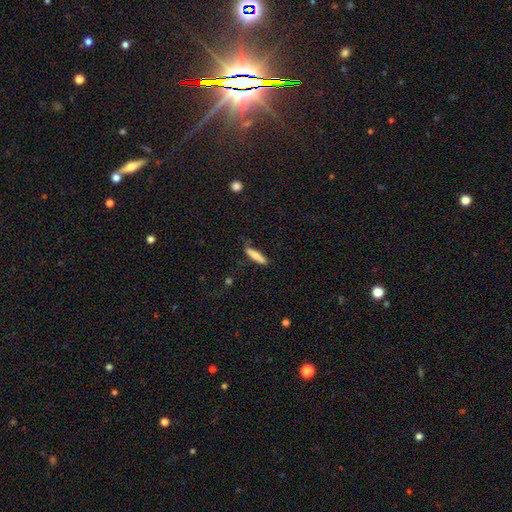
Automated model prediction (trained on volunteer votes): Overall: smooth (72%). How rounded: cigar-shaped (79%). Merging: none (72%).